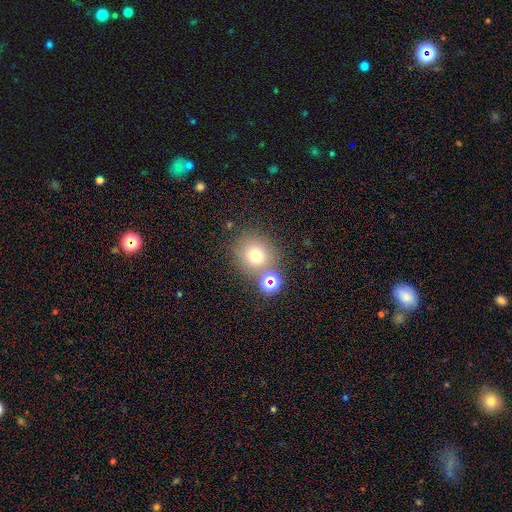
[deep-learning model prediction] This appears to be a smooth galaxy with no disk features (70%) that is round (88%). Merging: none (72%).